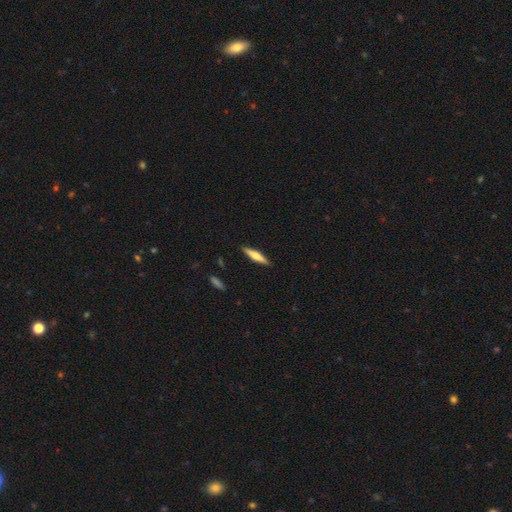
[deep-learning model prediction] This is possibly a smooth galaxy (48%). Merging: clearly none (90%).